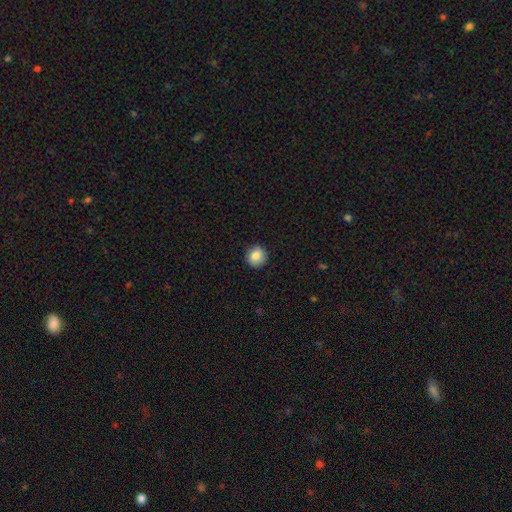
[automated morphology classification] smooth_or_featured: smooth (p=0.84) [alt: star or artifact p=0.09]
how_rounded: round (p=0.91) [alt: in between p=0.08]
merging: none (p=0.90) [alt: minor disturbance p=0.08]